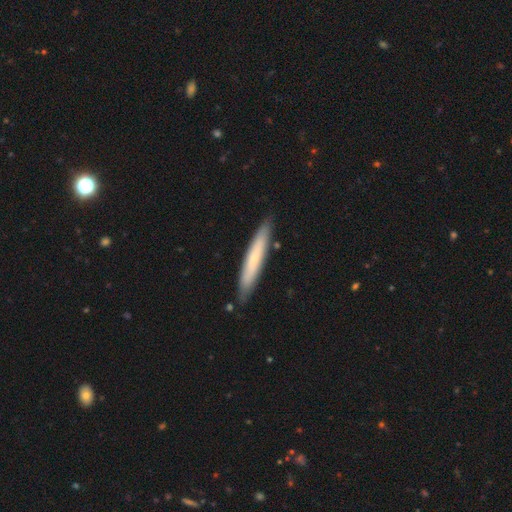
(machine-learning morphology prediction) smooth_or_featured: smooth (p=0.60) [alt: featured or disk p=0.34]
how_rounded: cigar-shaped (p=0.95) [alt: in between p=0.04]
merging: none (p=0.88) [alt: minor disturbance p=0.09]